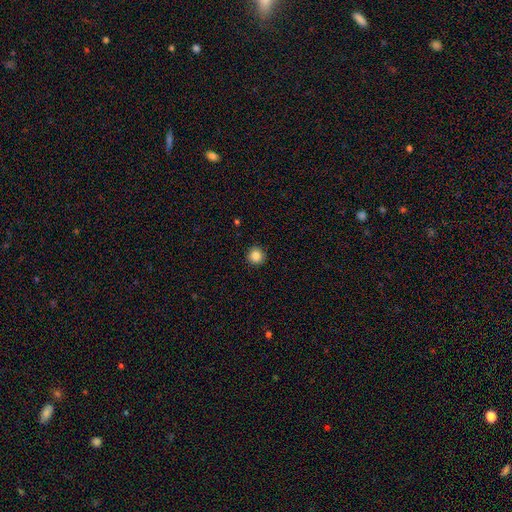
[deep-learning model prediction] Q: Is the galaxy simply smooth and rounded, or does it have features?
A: smooth — 86%.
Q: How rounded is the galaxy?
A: round — 94%.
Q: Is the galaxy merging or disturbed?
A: none — 91%.